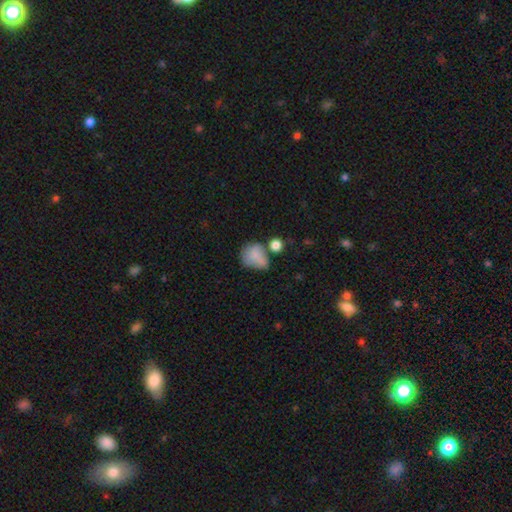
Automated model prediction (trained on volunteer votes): This is likely a smooth galaxy (75%). How rounded: possibly round (52%). Merging: marginally none (33%).